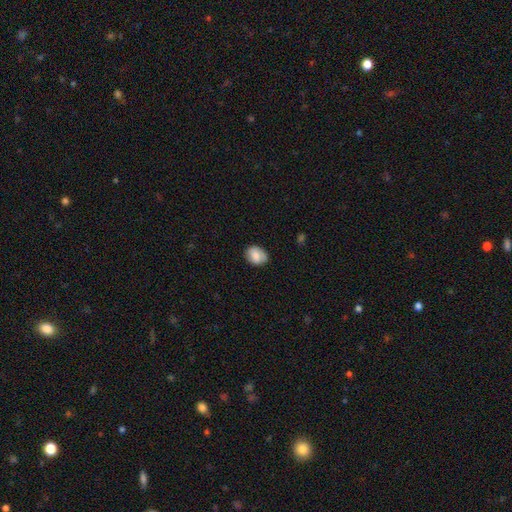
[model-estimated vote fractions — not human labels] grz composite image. It shows a smooth galaxy with no disk features (81%) that is in between round and cigar-shaped (57%). Merging: none (77%).